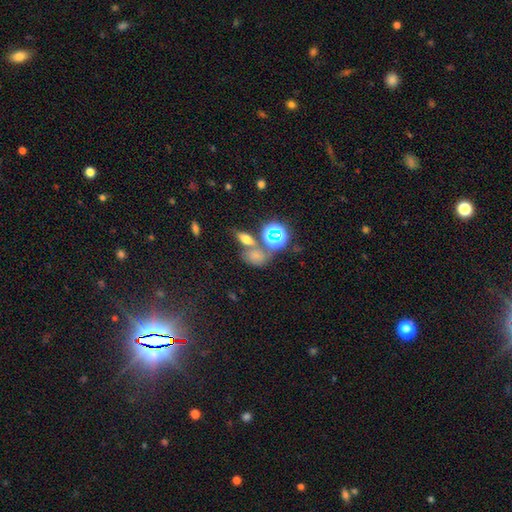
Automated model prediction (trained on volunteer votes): smooth 61%, star or artifact 26%, featured or disk 12%. Down the decision tree: how rounded — in between (64%); merging — none (48%).